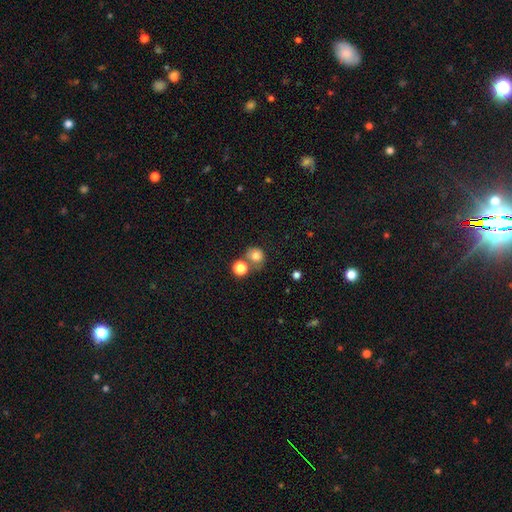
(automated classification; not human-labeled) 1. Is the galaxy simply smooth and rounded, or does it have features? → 77% smooth, 13% star or artifact, 11% featured or disk.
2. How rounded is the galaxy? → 79% round, 20% in between, 1% cigar-shaped.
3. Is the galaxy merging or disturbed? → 54% none, 25% merger, 15% minor disturbance, 7% major disturbance.